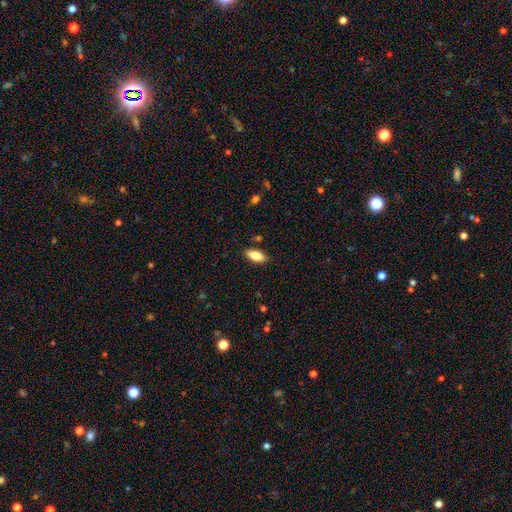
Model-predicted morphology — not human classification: type=smooth (83%); roundness=in between (84%); merging=none (86%).